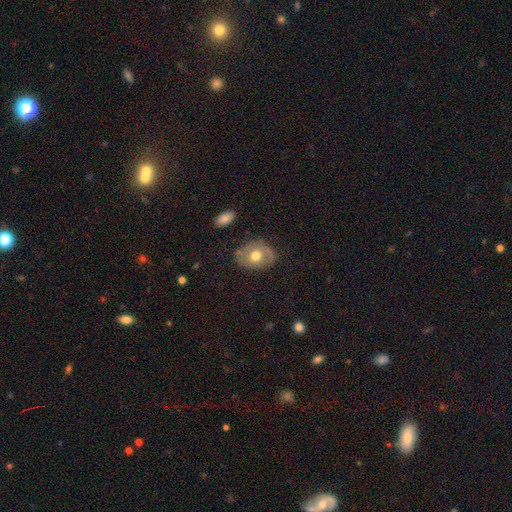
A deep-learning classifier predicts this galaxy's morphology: A smooth galaxy with no disk features (52%) that is in between round and cigar-shaped (54%).

Vote fractions:
- Smooth or featured? smooth: 52% / featured or disk: 40% / star or artifact: 8%
- How rounded? in between: 54% / round: 44% / cigar-shaped: 1%
- Merging? none: 71% / minor disturbance: 20% / major disturbance: 7% / merger: 2%